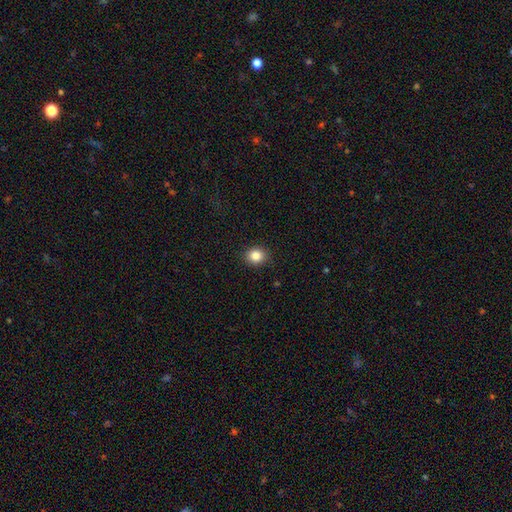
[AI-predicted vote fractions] smooth_or_featured: smooth (p=0.85) [alt: star or artifact p=0.10]
how_rounded: round (p=0.76) [alt: in between p=0.23]
merging: none (p=0.90) [alt: minor disturbance p=0.07]